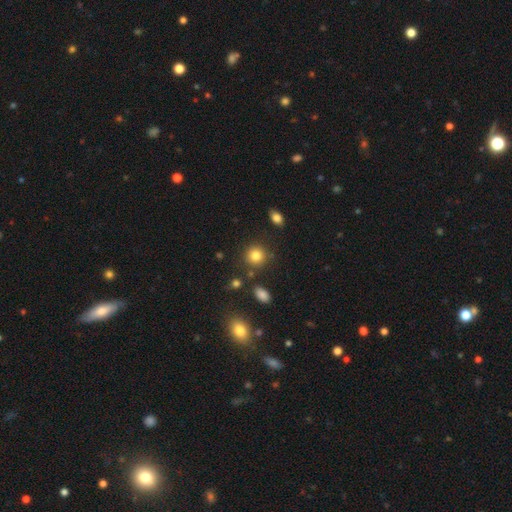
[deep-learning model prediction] Morphology: type=smooth (82%); roundness=round (88%); merging=none (83%).